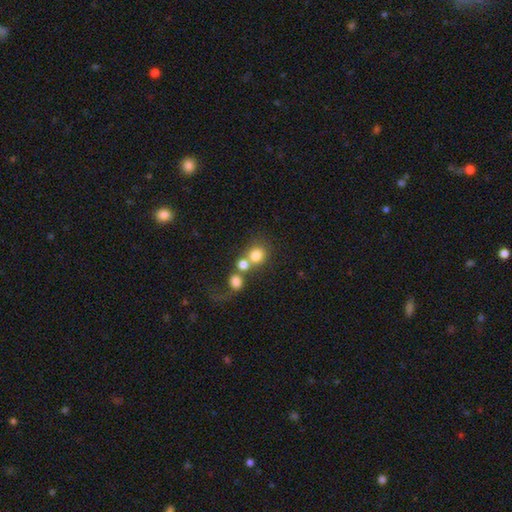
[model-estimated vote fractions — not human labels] Smooth or featured?
  - smooth: 75% *
  - featured or disk: 13%
  - star or artifact: 12%
How rounded?
  - round: 79% *
  - in between: 20%
  - cigar-shaped: 1%
Merging?
  - merger: 48% *
  - none: 37%
  - major disturbance: 8%
  - minor disturbance: 8%